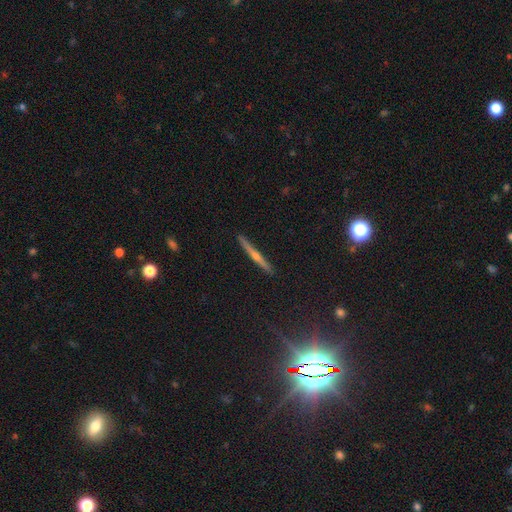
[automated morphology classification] smooth-or-featured: featured or disk: 56% | star or artifact: 24% | smooth: 20%
  disk-edge-on: yes: 94% | no: 6%
    edge-on-bulge: rounded: 69% | none: 22% | boxy: 9%
  merging: none: 86% | minor disturbance: 9% | major disturbance: 2% | merger: 2%